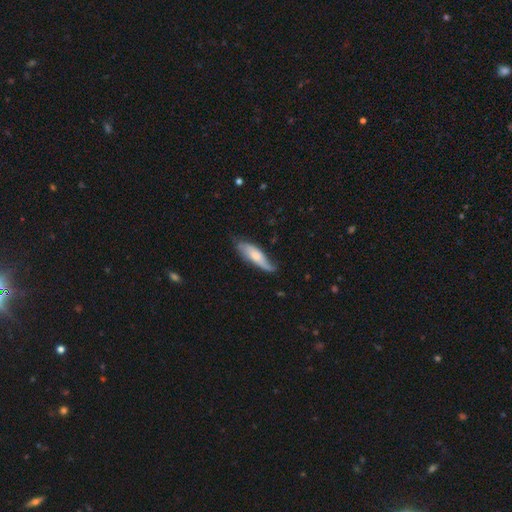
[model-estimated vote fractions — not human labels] Smooth or featured: smooth — 58% (featured or disk — 37%)
How rounded: cigar-shaped — 55% (in between — 44%)
Merging: none — 58% (minor disturbance — 32%)